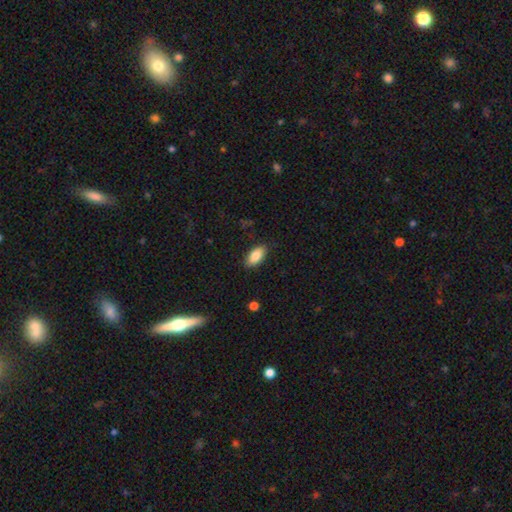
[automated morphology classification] Smooth or featured?
  - smooth: 84% *
  - featured or disk: 9%
  - star or artifact: 7%
How rounded?
  - in between: 92% *
  - cigar-shaped: 5%
  - round: 3%
Merging?
  - none: 86% *
  - minor disturbance: 11%
  - major disturbance: 2%
  - merger: 1%